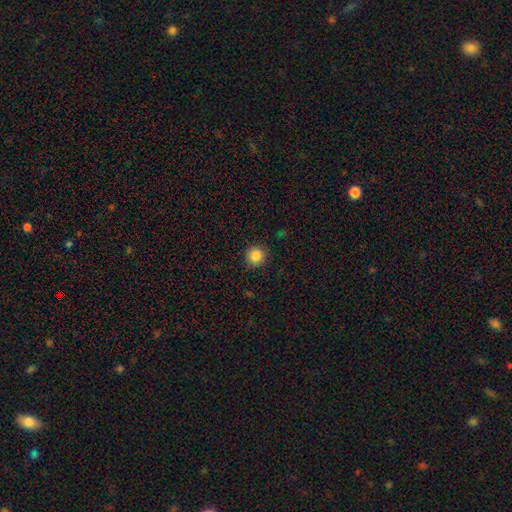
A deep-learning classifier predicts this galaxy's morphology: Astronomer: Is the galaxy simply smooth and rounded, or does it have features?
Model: smooth — 85%.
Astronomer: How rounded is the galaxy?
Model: round — 93%.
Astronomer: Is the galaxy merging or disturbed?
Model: none — 88%.